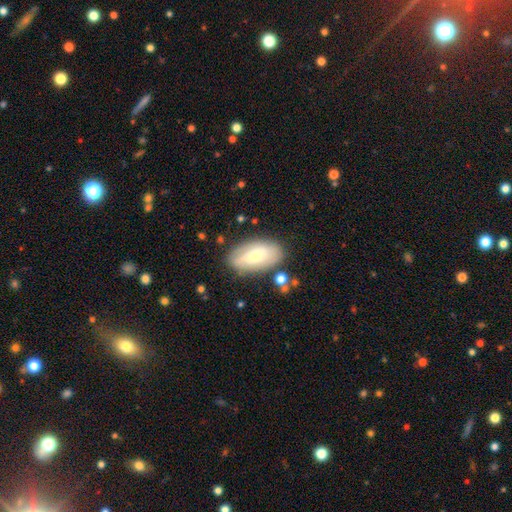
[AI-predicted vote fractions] This appears to be a smooth galaxy with no disk features (52%) that is in between round and cigar-shaped (91%). Merging: none (76%).